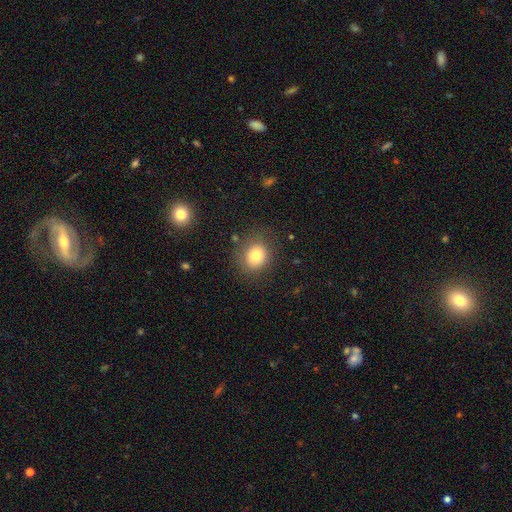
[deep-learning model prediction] A smooth galaxy with no disk features (78%) that is round (71%). Merging: none (81%).